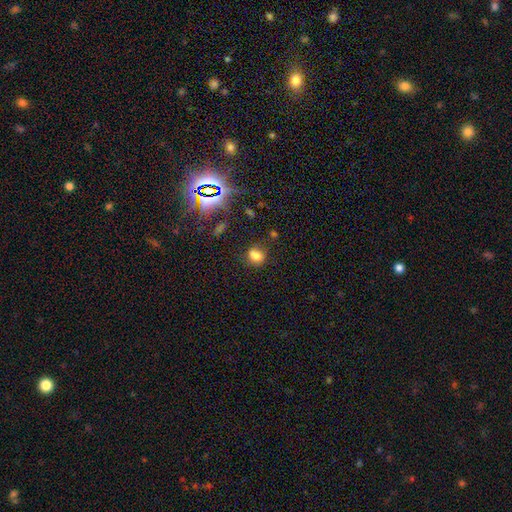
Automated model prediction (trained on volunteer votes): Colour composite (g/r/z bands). It shows a smooth galaxy with no disk features (72%) that is in between round and cigar-shaped (54%). Merging: none (65%).